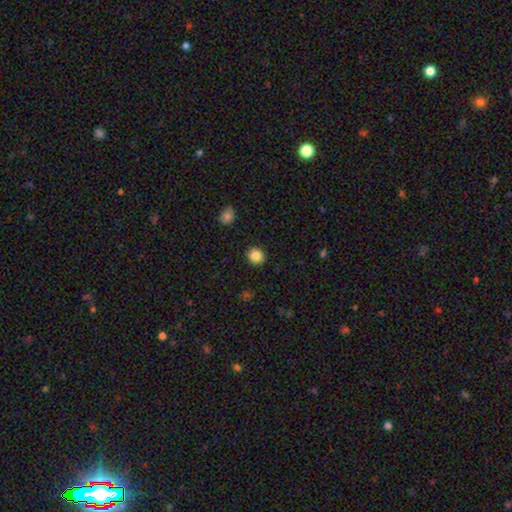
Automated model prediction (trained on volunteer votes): smooth-or-featured: smooth: 85% | star or artifact: 10% | featured or disk: 5%
  how-rounded: round: 87% | in between: 12% | cigar-shaped: 1%
  merging: none: 92% | minor disturbance: 5% | major disturbance: 2% | merger: 1%